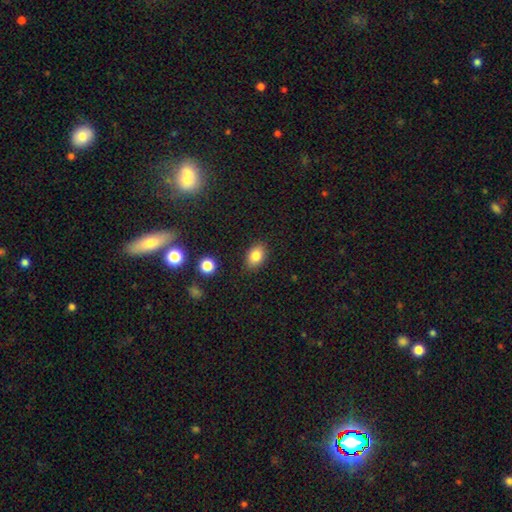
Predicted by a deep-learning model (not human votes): smooth 83%, star or artifact 10%, featured or disk 8%. Down the decision tree: how rounded — in between (80%); merging — none (86%).